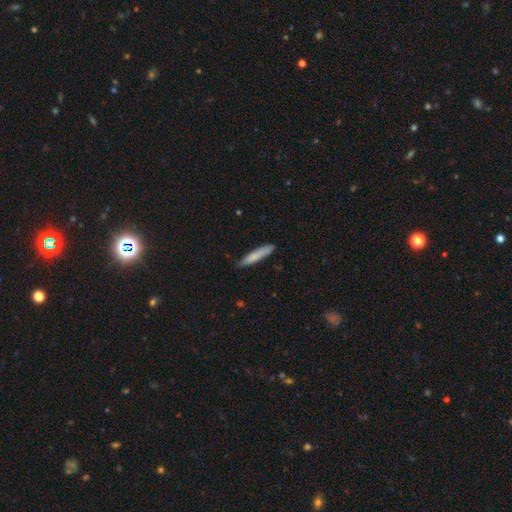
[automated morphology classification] The model was most divided on "smooth or featured": smooth: 77%, featured or disk: 17%, star or artifact: 6%. More confident: how rounded — cigar-shaped (89%); merging — none (82%).